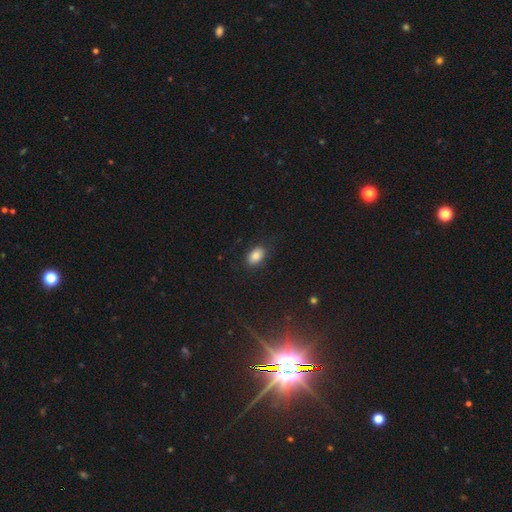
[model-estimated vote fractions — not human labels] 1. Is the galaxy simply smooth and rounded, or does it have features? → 85% smooth, 9% star or artifact, 6% featured or disk.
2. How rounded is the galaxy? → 88% in between, 10% round, 1% cigar-shaped.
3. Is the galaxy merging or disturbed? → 85% none, 11% minor disturbance, 3% major disturbance, 1% merger.